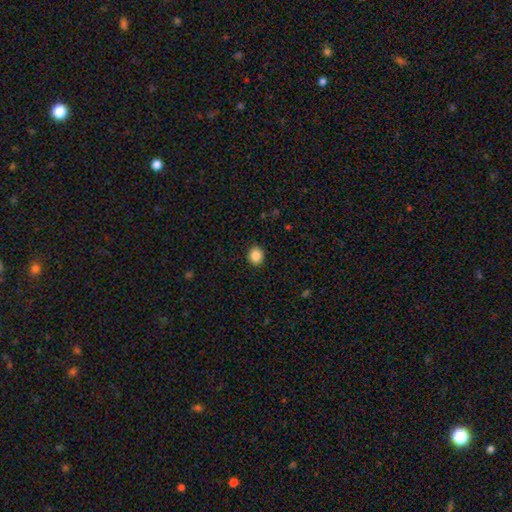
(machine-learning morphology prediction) Smooth or featured? Predicted: smooth (p=0.86). How rounded? Predicted: round (p=0.78). Merging? Predicted: none (p=0.91).